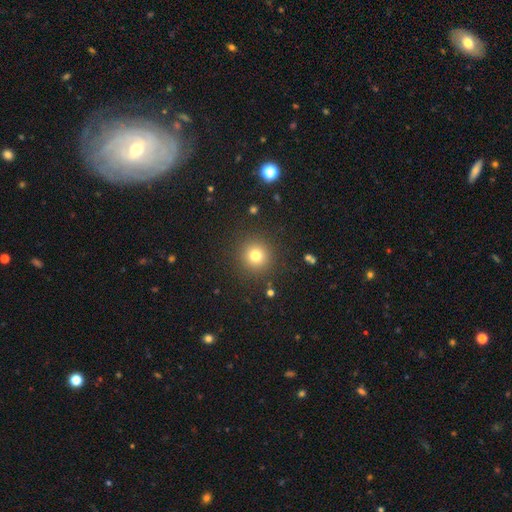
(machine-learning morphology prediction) A smooth galaxy with no disk features (77%) that is round (95%). Merging: none (90%).